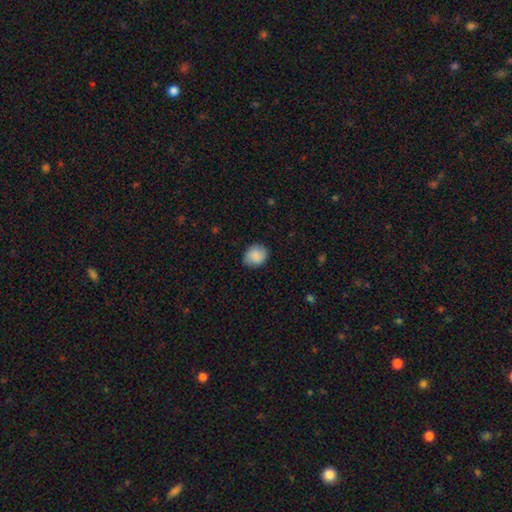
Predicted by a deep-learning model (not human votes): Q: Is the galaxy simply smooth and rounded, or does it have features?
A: smooth — 87%.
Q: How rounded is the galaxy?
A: round — 57%.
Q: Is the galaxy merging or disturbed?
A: none — 84%.